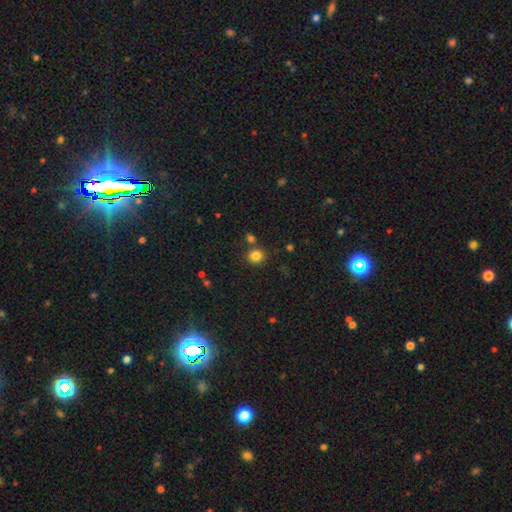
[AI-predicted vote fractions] Overall: smooth (83%). How rounded: round (81%). Merging: none (77%).